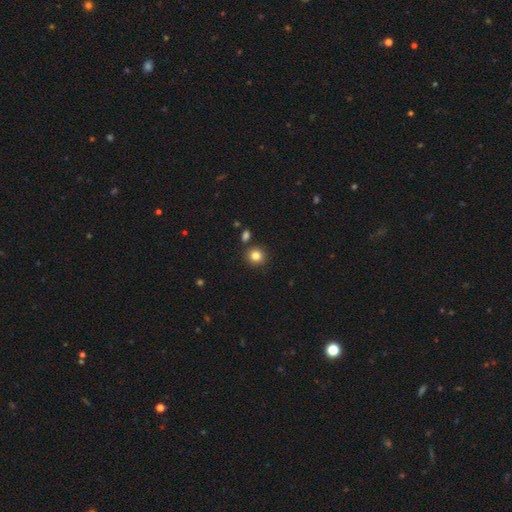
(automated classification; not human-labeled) Smooth or featured: smooth — 83% (star or artifact — 11%)
How rounded: round — 88% (in between — 11%)
Merging: none — 85% (minor disturbance — 8%)